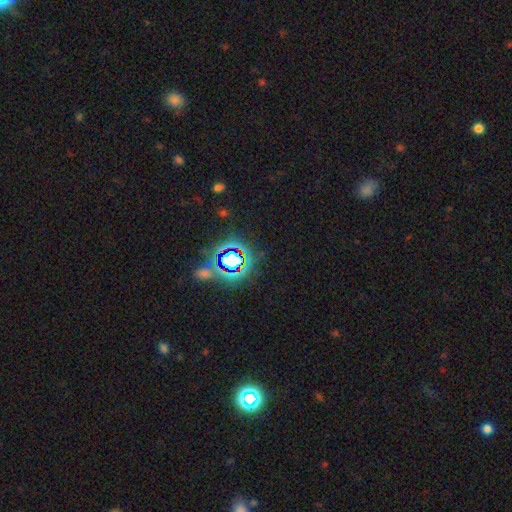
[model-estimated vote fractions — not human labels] This appears to be a star or artifact, not a galaxy (76%).